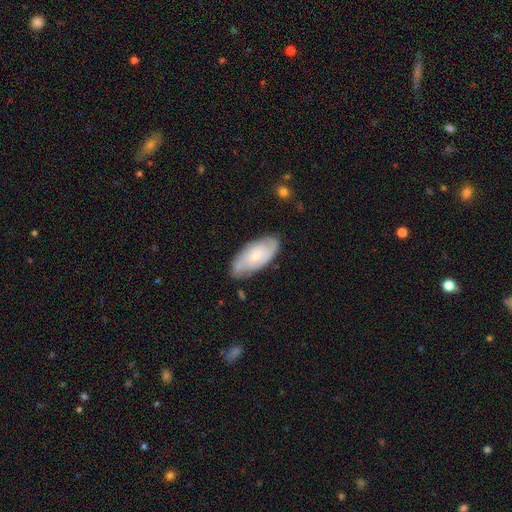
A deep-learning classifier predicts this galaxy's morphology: The model was most divided on "smooth or featured": featured or disk: 55%, smooth: 40%, star or artifact: 6%. More confident: edge-on disk — no (92%); spiral arms — yes (83%); merging — none (76%); bar — no (72%); bulge size — small (68%).